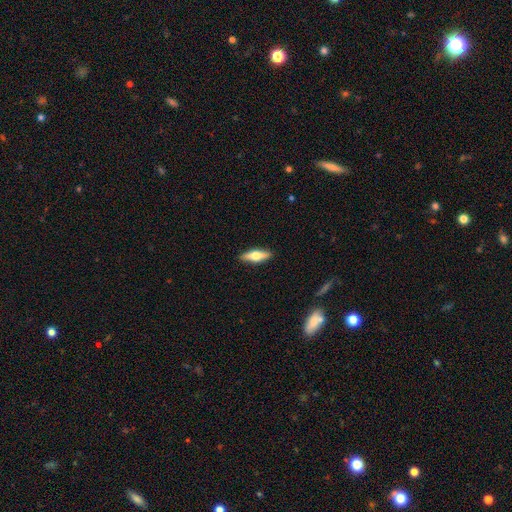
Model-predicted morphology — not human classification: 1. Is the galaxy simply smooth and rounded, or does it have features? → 48% featured or disk, 46% smooth, 6% star or artifact.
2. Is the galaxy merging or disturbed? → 90% none, 8% minor disturbance, 2% major disturbance, 1% merger.